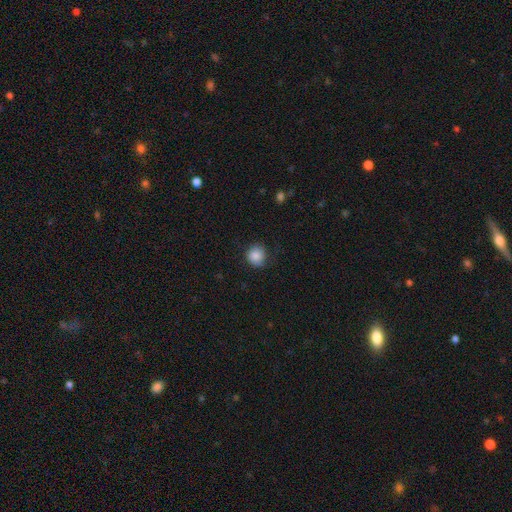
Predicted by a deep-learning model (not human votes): Morphology: type=smooth (85%); roundness=round (83%); merging=none (73%).